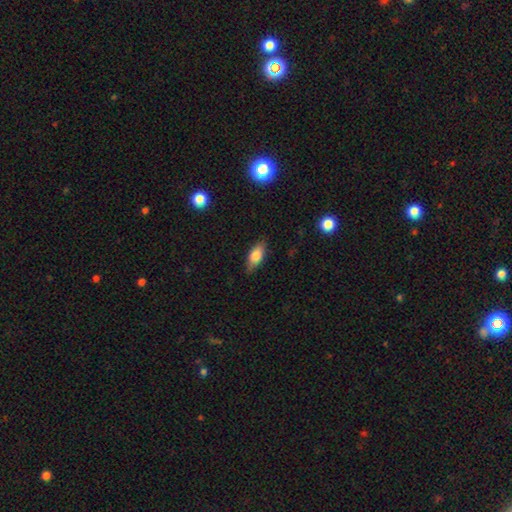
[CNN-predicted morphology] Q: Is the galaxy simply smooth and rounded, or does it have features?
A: smooth — 74%.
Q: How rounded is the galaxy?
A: in between — 80%.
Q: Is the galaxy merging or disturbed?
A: none — 82%.